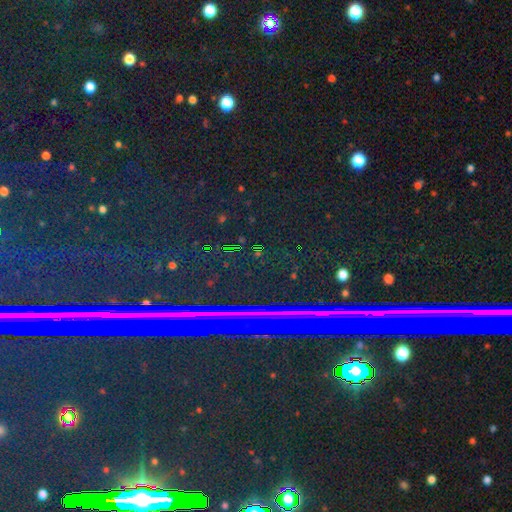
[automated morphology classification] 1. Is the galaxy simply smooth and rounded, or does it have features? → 82% star or artifact, 10% featured or disk, 8% smooth.